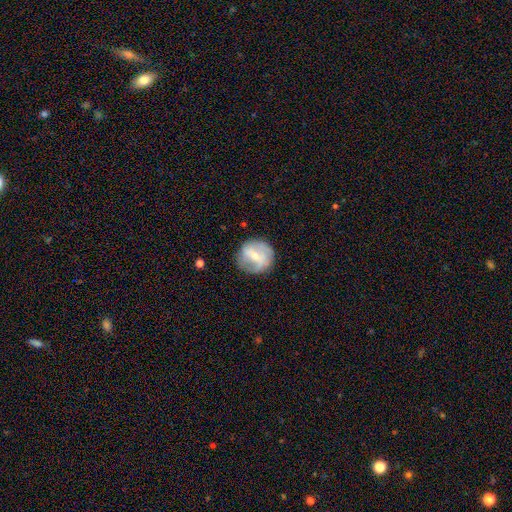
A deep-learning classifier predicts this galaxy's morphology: Q: Smooth or featured?
A: featured or disk (58%); runner-up: smooth (35%)
Q: Edge-on disk?
A: no (96%); runner-up: yes (4%)
Q: Bar?
A: weak (43%); runner-up: no (31%)
Q: Spiral arms?
A: yes (62%); runner-up: no (38%)
Q: Bulge size?
A: small (57%); runner-up: moderate (38%)
Q: Merging?
A: none (75%); runner-up: minor disturbance (16%)